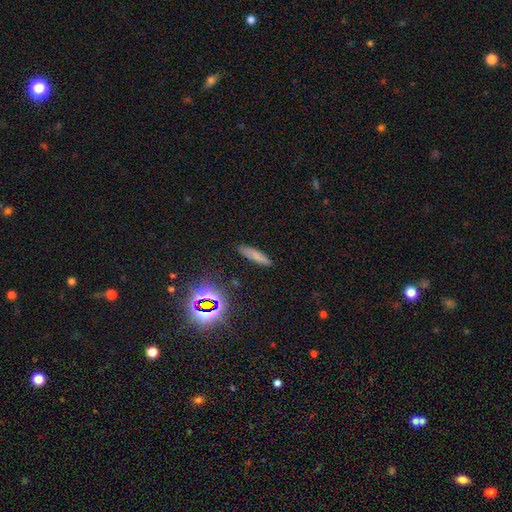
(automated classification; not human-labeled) The model was most divided on "smooth or featured": smooth: 70%, star or artifact: 16%, featured or disk: 14%. More confident: merging — none (86%); how rounded — cigar-shaped (76%).